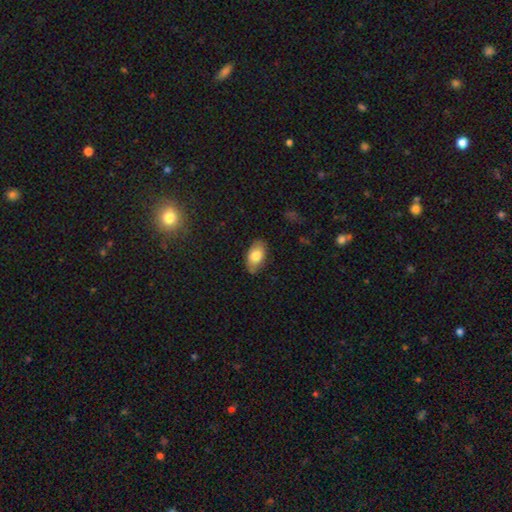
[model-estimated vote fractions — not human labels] Smooth or featured? smooth (77%)
How rounded? in between (92%)
Merging? none (81%)